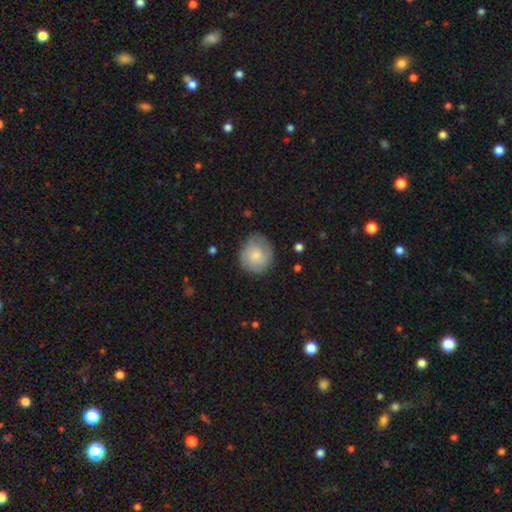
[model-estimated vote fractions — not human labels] smooth_or_featured: smooth (p=0.69) [alt: featured or disk p=0.24]
how_rounded: round (p=0.82) [alt: in between p=0.17]
merging: none (p=0.76) [alt: minor disturbance p=0.18]